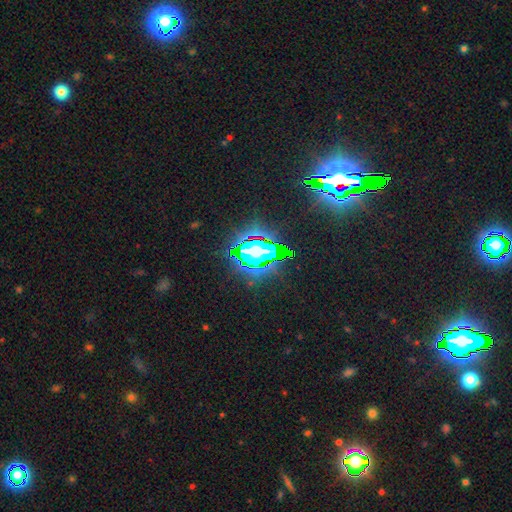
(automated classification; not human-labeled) smooth-or-featured: star or artifact: 81% | smooth: 10% | featured or disk: 8%